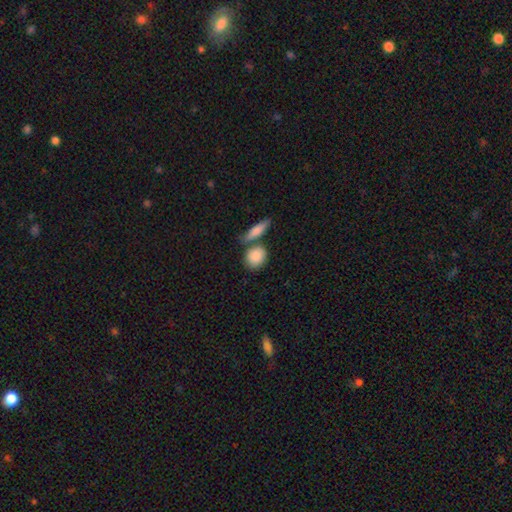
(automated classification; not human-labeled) Smooth or featured: smooth — 86% (featured or disk — 9%)
How rounded: round — 60% (in between — 35%)
Merging: none — 57% (merger — 26%)